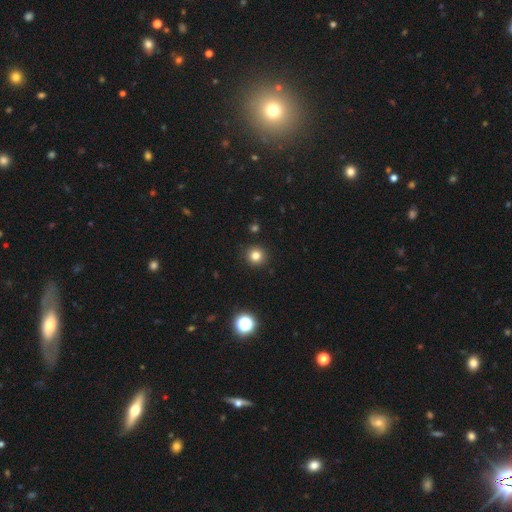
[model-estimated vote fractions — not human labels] Smooth or featured?
  - smooth: 81% *
  - star or artifact: 14%
  - featured or disk: 6%
How rounded?
  - round: 93% *
  - in between: 6%
  - cigar-shaped: 1%
Merging?
  - none: 92% *
  - minor disturbance: 5%
  - major disturbance: 2%
  - merger: 1%